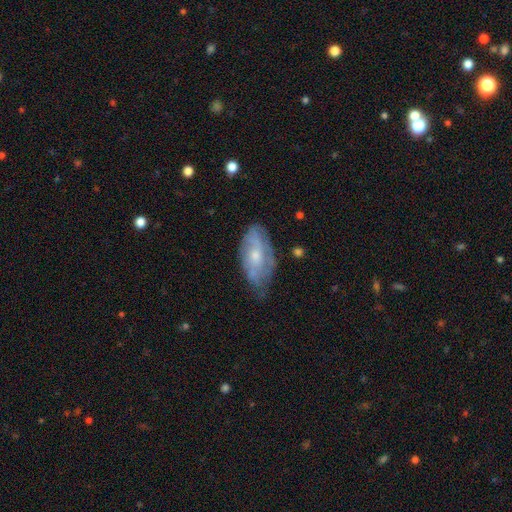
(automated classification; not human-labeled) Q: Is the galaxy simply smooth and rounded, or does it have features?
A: featured or disk — 55%.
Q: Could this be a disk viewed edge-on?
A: no — 91%.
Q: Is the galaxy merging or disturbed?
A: none — 52%.